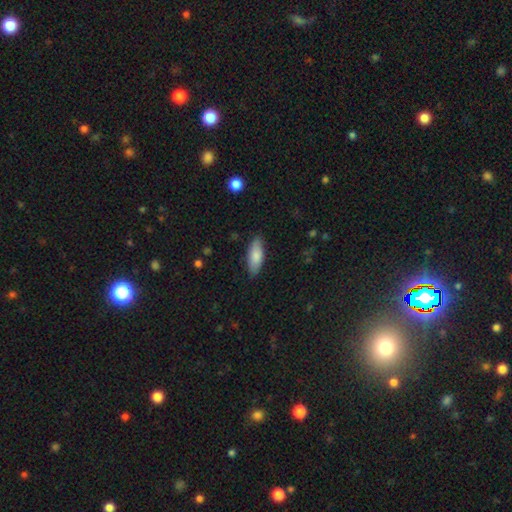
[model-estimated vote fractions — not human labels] Q: Smooth or featured?
A: smooth (81%); runner-up: featured or disk (13%)
Q: How rounded?
A: in between (76%); runner-up: cigar-shaped (23%)
Q: Merging?
A: none (84%); runner-up: minor disturbance (12%)